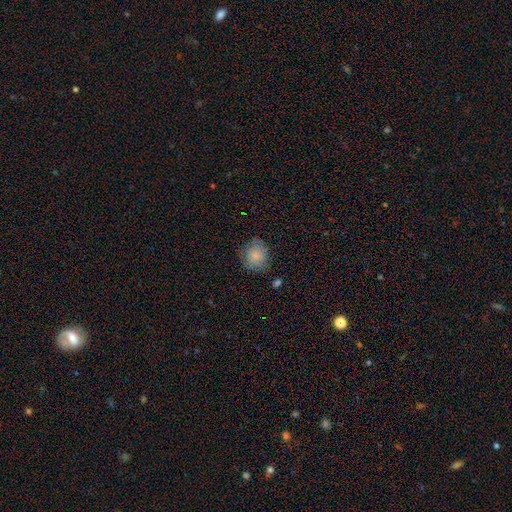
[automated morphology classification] Overall: smooth (79%). How rounded: round (81%). Merging: none (72%).